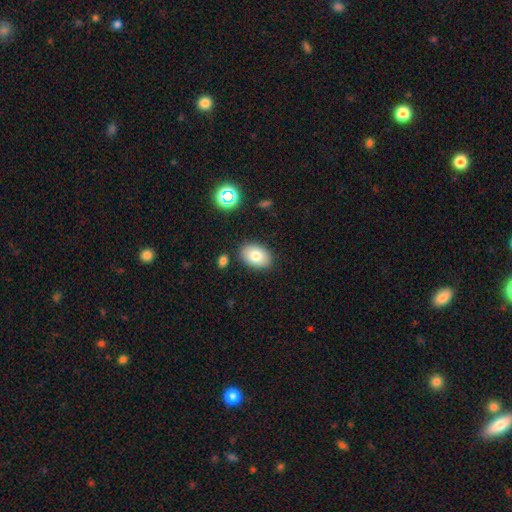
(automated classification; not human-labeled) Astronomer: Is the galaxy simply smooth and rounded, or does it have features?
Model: smooth — 80%.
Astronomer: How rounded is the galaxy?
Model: in between — 86%.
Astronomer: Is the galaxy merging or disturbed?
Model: none — 85%.